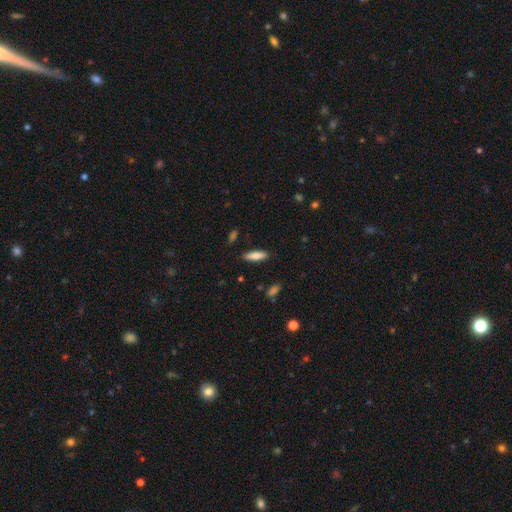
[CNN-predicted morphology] Q: Smooth or featured?
A: smooth (77%); runner-up: featured or disk (17%)
Q: How rounded?
A: cigar-shaped (56%); runner-up: in between (43%)
Q: Merging?
A: none (86%); runner-up: minor disturbance (10%)